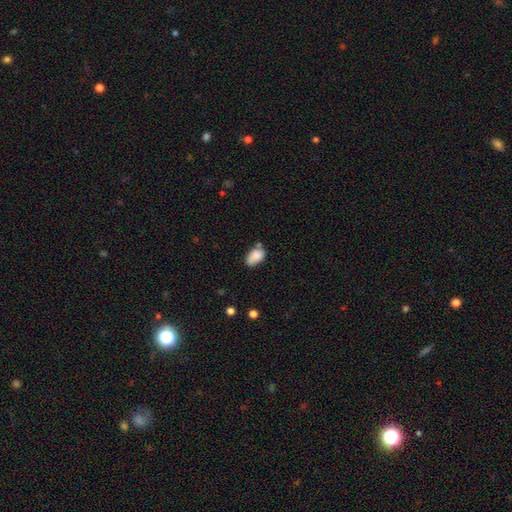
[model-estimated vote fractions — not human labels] Smooth or featured: smooth — 84% (featured or disk — 8%)
How rounded: in between — 91% (round — 7%)
Merging: none — 55% (minor disturbance — 27%)